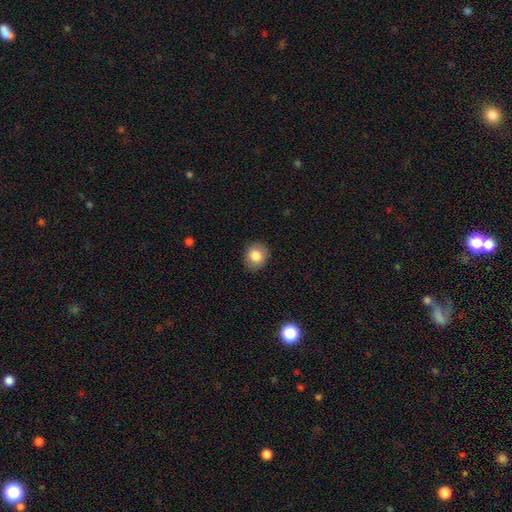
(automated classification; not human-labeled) Overall: smooth (83%). How rounded: round (76%). Merging: none (87%).